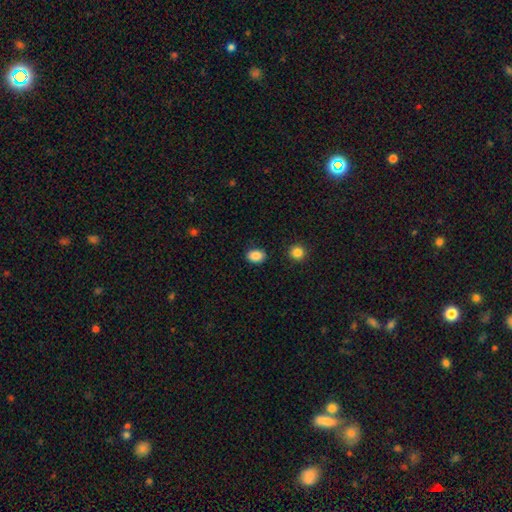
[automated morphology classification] smooth_or_featured: smooth (p=0.88) [alt: star or artifact p=0.09]
how_rounded: in between (p=0.70) [alt: round p=0.29]
merging: none (p=0.87) [alt: minor disturbance p=0.09]